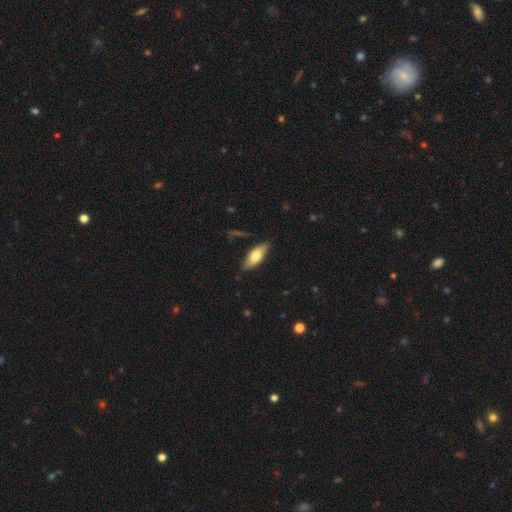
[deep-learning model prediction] A smooth galaxy with no disk features (73%) that is in between round and cigar-shaped (75%).

Vote fractions:
- Smooth or featured? smooth: 73% / featured or disk: 22% / star or artifact: 6%
- How rounded? in between: 75% / cigar-shaped: 22% / round: 2%
- Merging? none: 82% / minor disturbance: 14% / major disturbance: 2% / merger: 2%